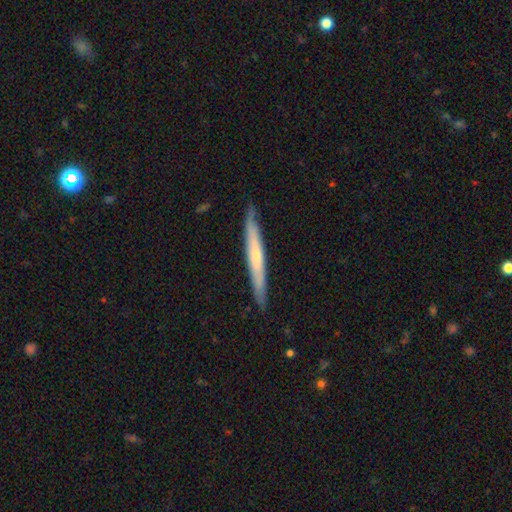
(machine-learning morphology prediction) Q: Smooth or featured?
A: featured or disk (52%); runner-up: smooth (43%)
Q: Edge-on disk?
A: yes (92%); runner-up: no (8%)
Q: Merging?
A: none (87%); runner-up: minor disturbance (10%)